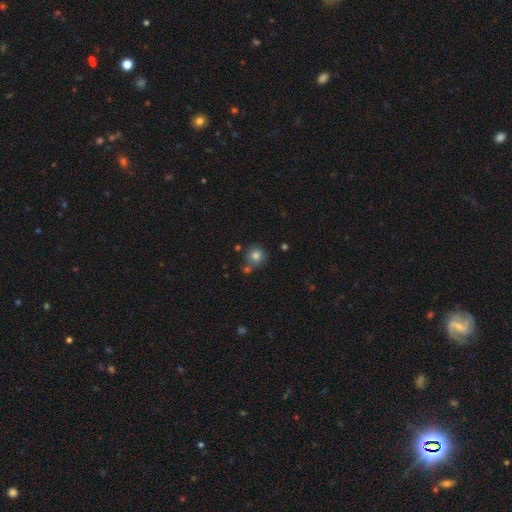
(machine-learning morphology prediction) type=smooth (80%); roundness=round (88%); merging=none (64%).